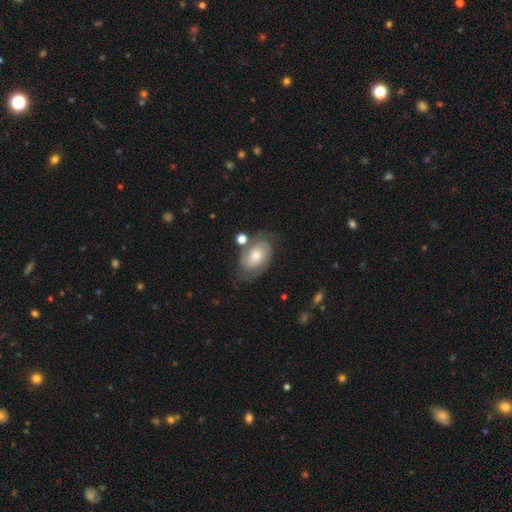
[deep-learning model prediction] Q: Smooth or featured?
A: featured or disk (60%); runner-up: smooth (32%)
Q: Edge-on disk?
A: no (96%); runner-up: yes (4%)
Q: Bar?
A: no (70%); runner-up: weak (25%)
Q: Spiral arms?
A: yes (87%); runner-up: no (13%)
Q: Spiral winding?
A: tight (45%); runner-up: medium (39%)
Q: Spiral arm count?
A: 2 (78%); runner-up: can't tell (14%)
Q: Bulge size?
A: moderate (53%); runner-up: small (29%)
Q: Merging?
A: none (62%); runner-up: minor disturbance (20%)